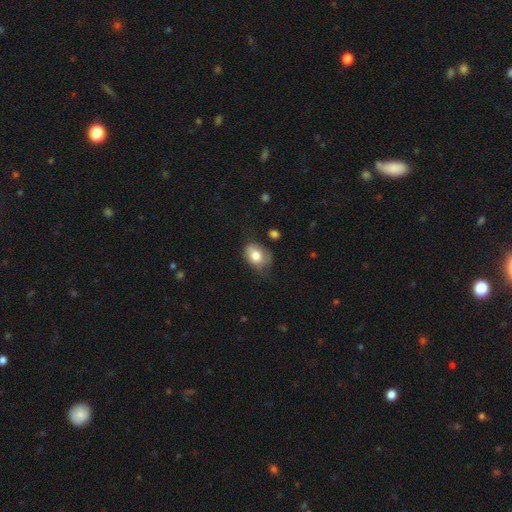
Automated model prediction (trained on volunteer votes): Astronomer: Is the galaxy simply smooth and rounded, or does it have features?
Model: smooth — 73%.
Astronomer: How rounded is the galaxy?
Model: in between — 69%.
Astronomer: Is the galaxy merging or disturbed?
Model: none — 45% (runner-up: minor disturbance, 36%).